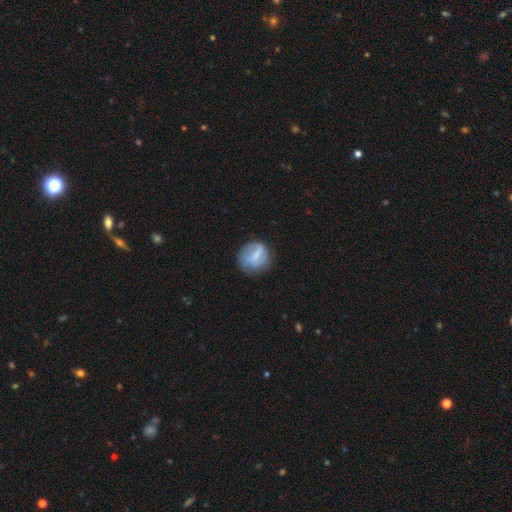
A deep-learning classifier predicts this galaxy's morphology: This is possibly a smooth galaxy (53%). How rounded: likely round (75%). Merging: possibly none (59%).